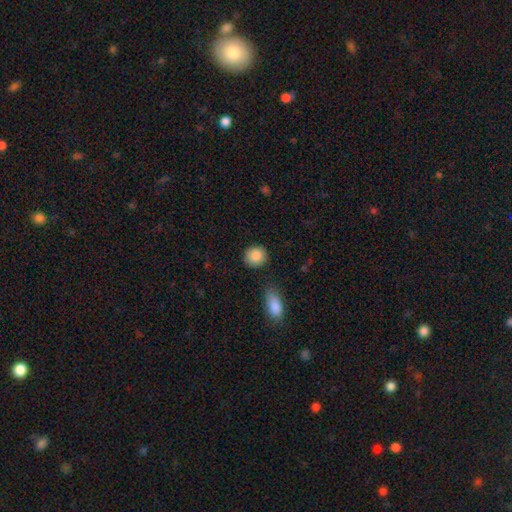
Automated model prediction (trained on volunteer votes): smooth-or-featured: smooth: 87% | star or artifact: 7% | featured or disk: 6%
  how-rounded: round: 83% | in between: 16% | cigar-shaped: 1%
  merging: none: 86% | minor disturbance: 9% | merger: 3% | major disturbance: 2%